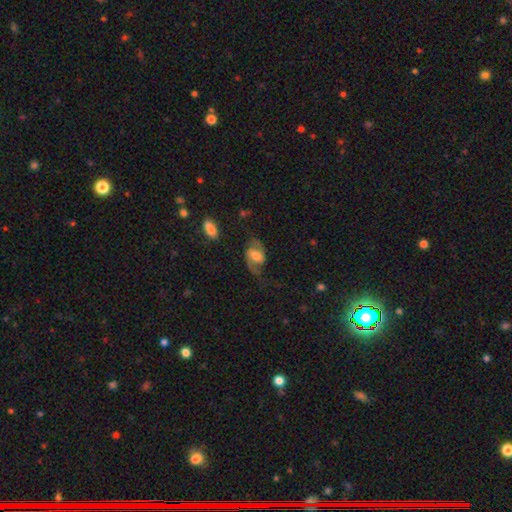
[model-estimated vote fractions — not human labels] A featured or disk galaxy (68%) with a weak bar (47%), 2 (84%) loose (51%) spiral arms (90%) and a moderate central bulge (46%). Merging: none (55%).